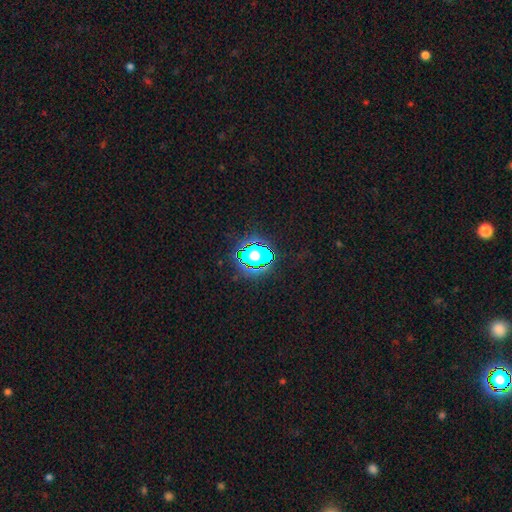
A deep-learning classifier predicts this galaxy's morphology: Overall: star or artifact (50%; smooth 36%).